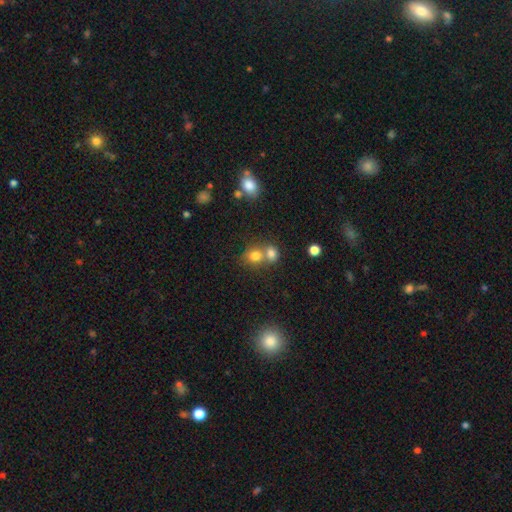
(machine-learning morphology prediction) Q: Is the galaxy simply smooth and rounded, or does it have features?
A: smooth — 78%.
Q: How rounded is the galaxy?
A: round — 72%.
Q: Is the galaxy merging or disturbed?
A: merger — 49%.